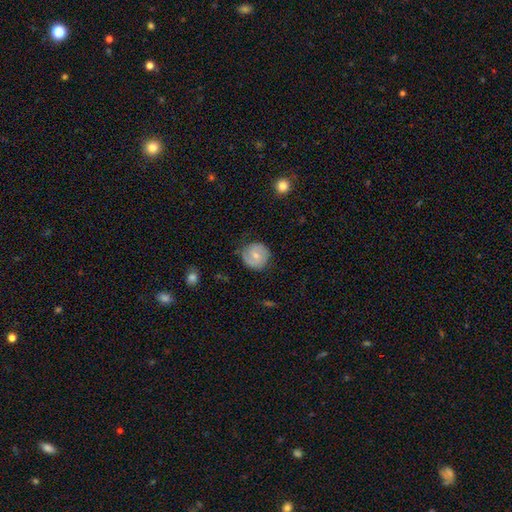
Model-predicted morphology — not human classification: Smooth or featured? featured or disk (54%)
Edge-on disk? no (97%)
Bar? no (65%)
Spiral arms? yes (83%)
Bulge size? small (51%)
Merging? none (73%)